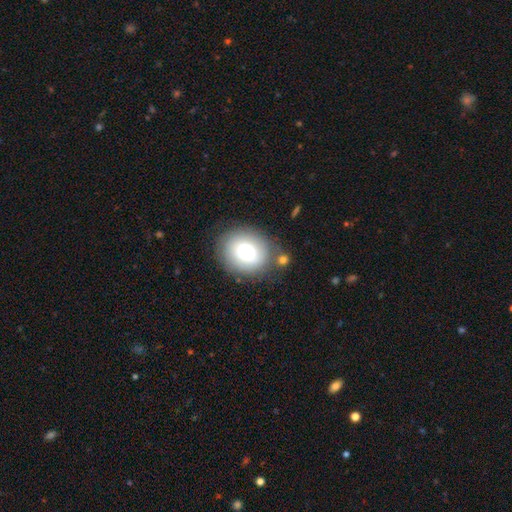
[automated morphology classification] smooth 72%, featured or disk 17%, star or artifact 12%. Down the decision tree: how rounded — round (66%); merging — none (81%).